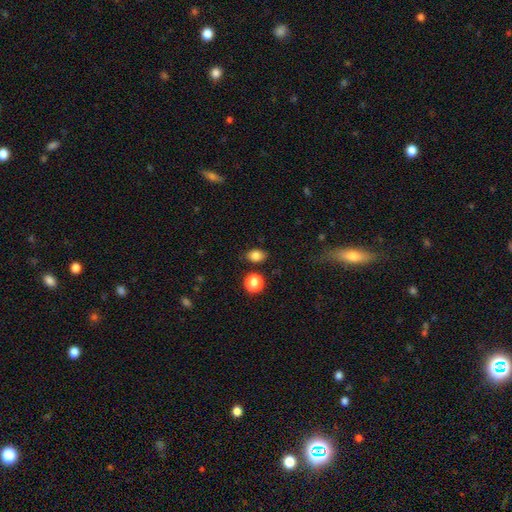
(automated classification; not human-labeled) smooth_or_featured: smooth (p=0.81) [alt: star or artifact p=0.11]
how_rounded: in between (p=0.73) [alt: round p=0.26]
merging: none (p=0.82) [alt: minor disturbance p=0.11]